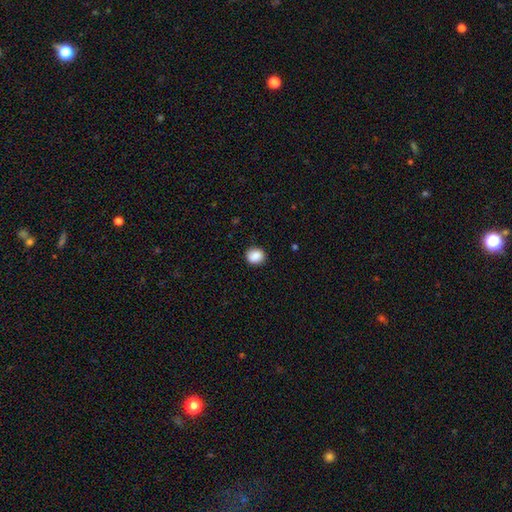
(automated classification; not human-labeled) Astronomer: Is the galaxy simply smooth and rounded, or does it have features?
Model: smooth — 87%.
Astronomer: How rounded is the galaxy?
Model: round — 77%.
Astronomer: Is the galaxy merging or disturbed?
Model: none — 88%.